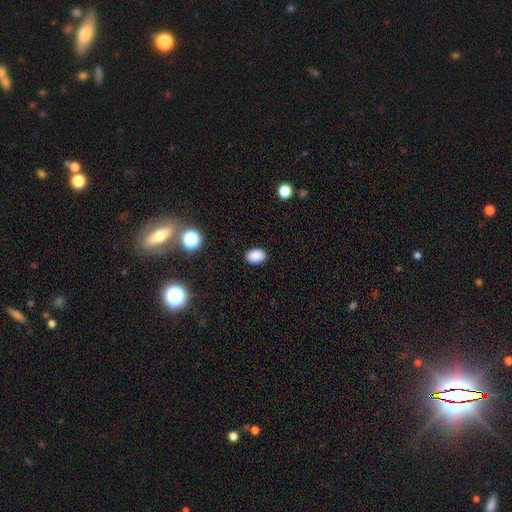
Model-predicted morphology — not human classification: The model was most divided on "how rounded": in between: 77%, round: 22%, cigar-shaped: 1%. More confident: merging — none (89%); smooth or featured — smooth (87%).